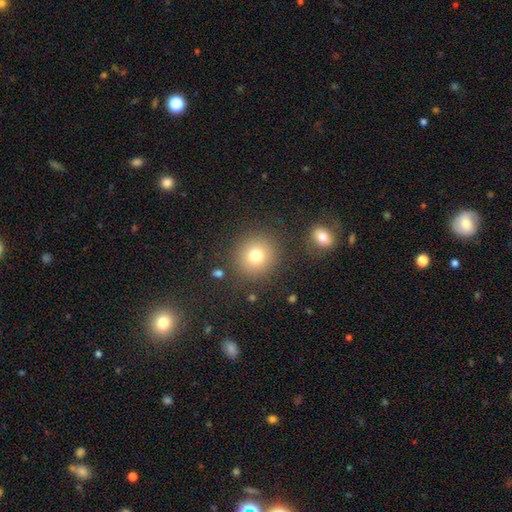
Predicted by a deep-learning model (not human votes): Smooth or featured? Predicted: smooth (p=0.77). How rounded? Predicted: round (p=0.90). Merging? Predicted: none (p=0.85).